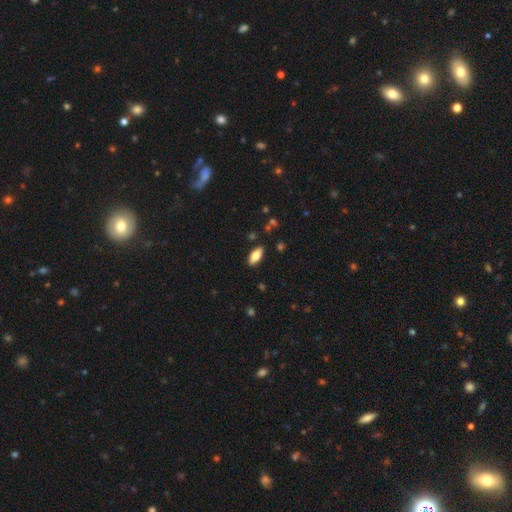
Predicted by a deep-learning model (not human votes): A smooth galaxy with no disk features (73%) that is in between round and cigar-shaped (83%).

Vote fractions:
- Smooth or featured? smooth: 73% / featured or disk: 20% / star or artifact: 7%
- How rounded? in between: 83% / cigar-shaped: 15% / round: 2%
- Merging? none: 87% / minor disturbance: 10% / major disturbance: 2% / merger: 2%